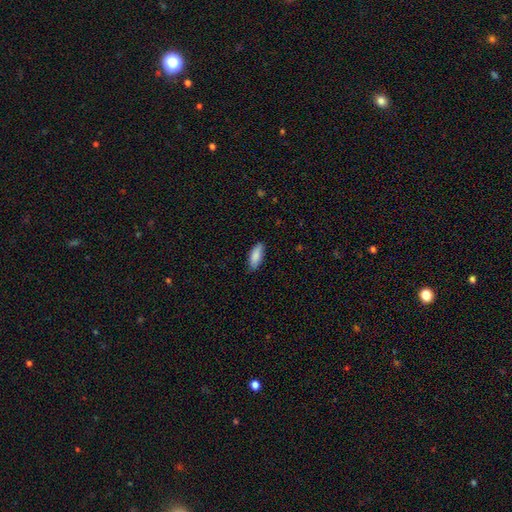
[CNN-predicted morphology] This is clearly a smooth galaxy (87%). How rounded: likely in between (77%). Merging: clearly none (83%).